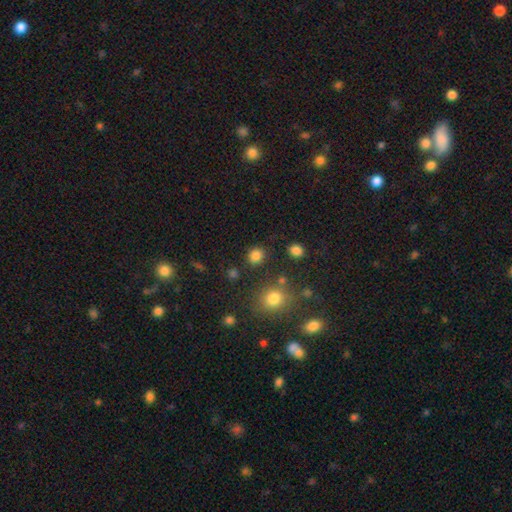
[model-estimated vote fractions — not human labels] Q: Smooth or featured?
A: smooth (83%); runner-up: star or artifact (13%)
Q: How rounded?
A: round (80%); runner-up: in between (19%)
Q: Merging?
A: none (84%); runner-up: minor disturbance (8%)